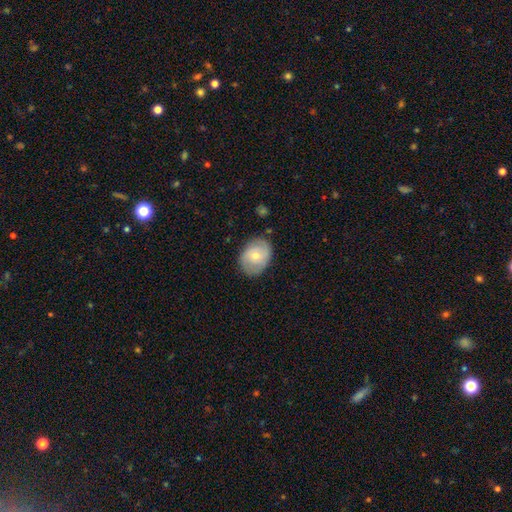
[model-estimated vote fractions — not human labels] smooth_or_featured: smooth (p=0.55) [alt: featured or disk p=0.38]
how_rounded: in between (p=0.59) [alt: round p=0.40]
merging: none (p=0.77) [alt: minor disturbance p=0.17]